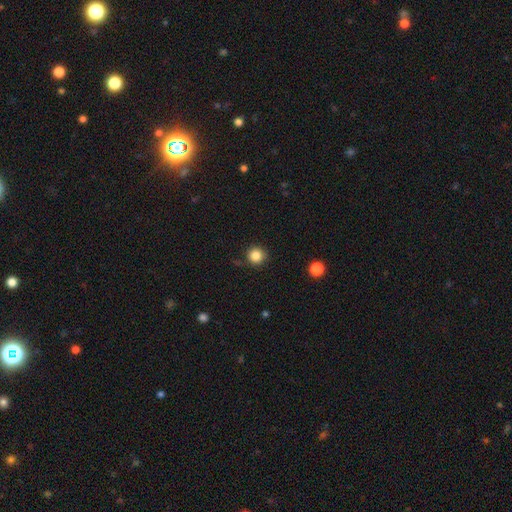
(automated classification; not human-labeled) Smooth or featured?
  - smooth: 85% *
  - star or artifact: 11%
  - featured or disk: 4%
How rounded?
  - round: 95% *
  - in between: 4%
  - cigar-shaped: 1%
Merging?
  - none: 88% *
  - minor disturbance: 8%
  - major disturbance: 2%
  - merger: 2%